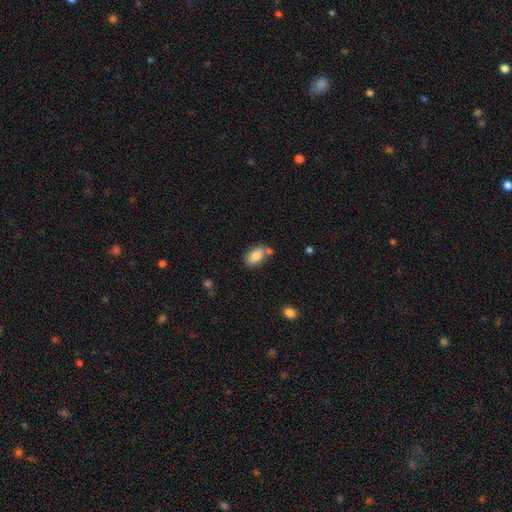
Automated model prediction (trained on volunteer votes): Smooth or featured: smooth — 84% (featured or disk — 8%)
How rounded: in between — 92% (round — 5%)
Merging: none — 63% (merger — 17%)